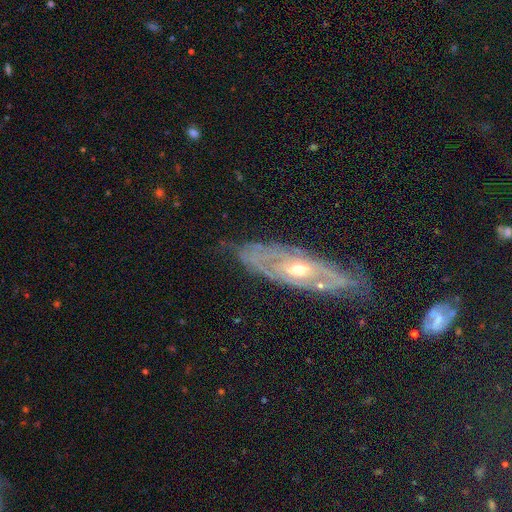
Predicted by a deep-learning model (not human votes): Smooth or featured: featured or disk — 80% (smooth — 12%)
Edge-on disk: no — 82% (yes — 18%)
Bar: no — 67% (weak — 23%)
Spiral arms: yes — 81% (no — 19%)
Spiral winding: tight — 73% (medium — 20%)
Spiral arm count: can't tell — 54% (2 — 22%)
Bulge size: moderate — 56% (small — 40%)
Merging: none — 70% (minor disturbance — 19%)